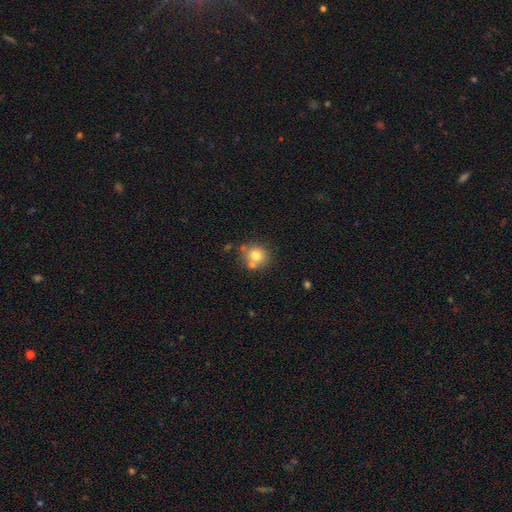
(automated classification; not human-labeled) This is likely a smooth galaxy (75%). How rounded: clearly round (85%). Merging: likely none (64%).